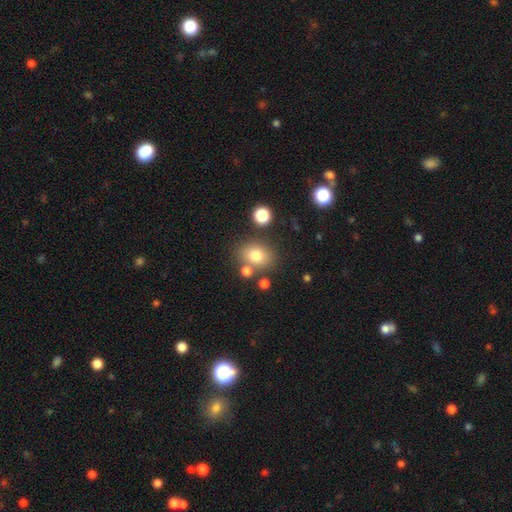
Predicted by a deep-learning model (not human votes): This appears to be a smooth galaxy with no disk features (76%) that is round (59%). Merging: none (72%).